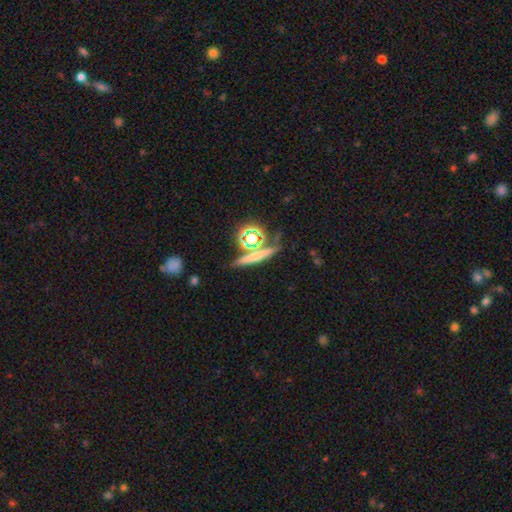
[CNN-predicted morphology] This is possibly a smooth galaxy (46%). Merging: likely none (72%).